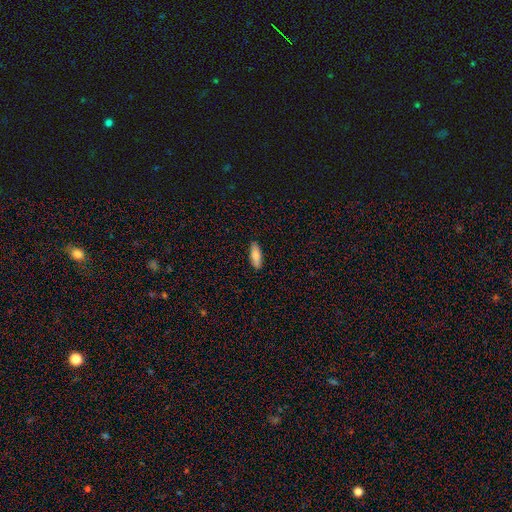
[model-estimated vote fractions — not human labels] Overall: smooth (86%). How rounded: in between (67%; cigar-shaped 32%). Merging: none (89%).